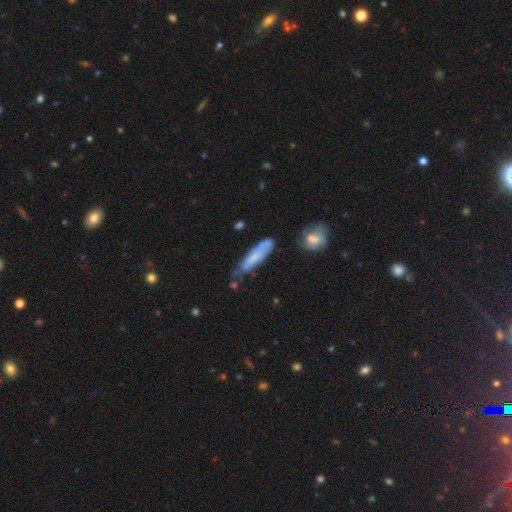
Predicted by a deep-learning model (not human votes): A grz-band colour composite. It shows a smooth galaxy with no disk features (59%) that is cigar-shaped (75%). Merging: none (47%).